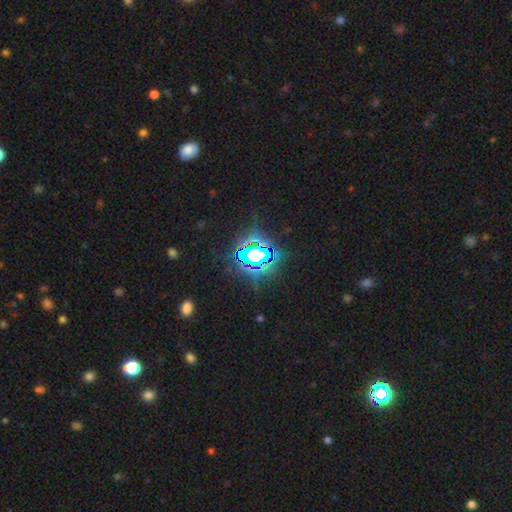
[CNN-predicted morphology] A star or artifact, not a galaxy (76%).